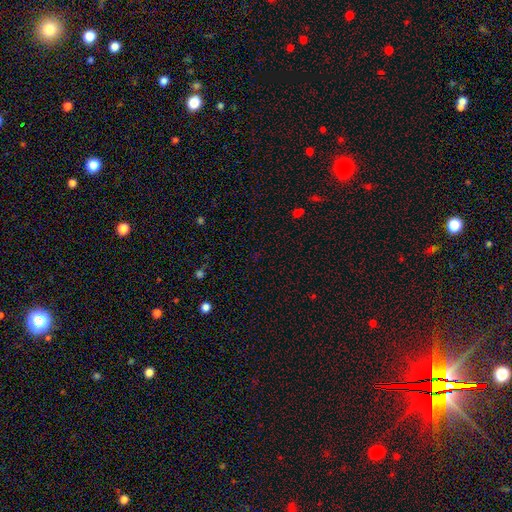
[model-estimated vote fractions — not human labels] Smooth or featured? Predicted: star or artifact (p=0.63).